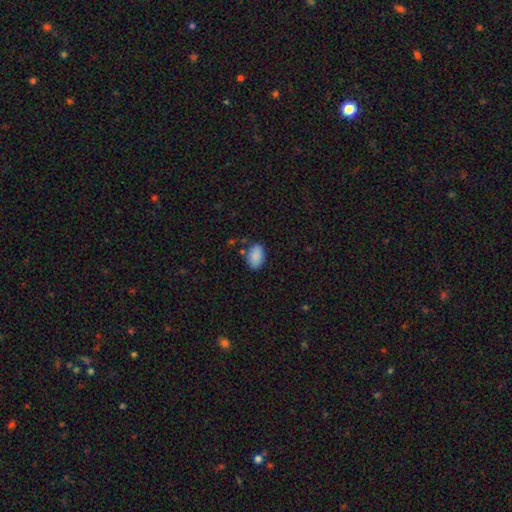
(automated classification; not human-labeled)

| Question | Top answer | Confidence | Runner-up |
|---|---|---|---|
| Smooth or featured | smooth | 88% | star or artifact (7%) |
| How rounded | in between | 89% | round (9%) |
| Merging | none | 79% | minor disturbance (14%) |